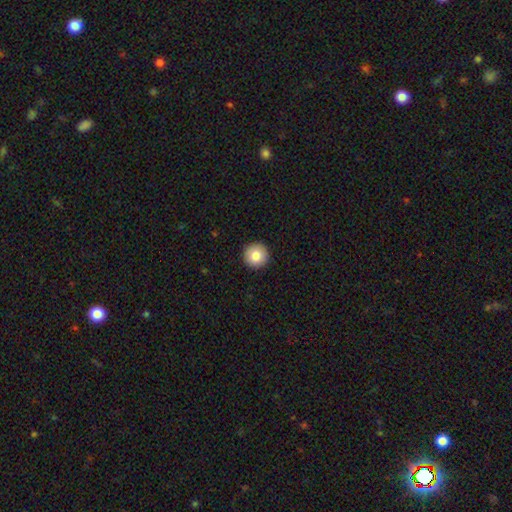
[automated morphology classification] smooth 84%, star or artifact 9%, featured or disk 8%. Down the decision tree: how rounded — round (96%); merging — none (93%).